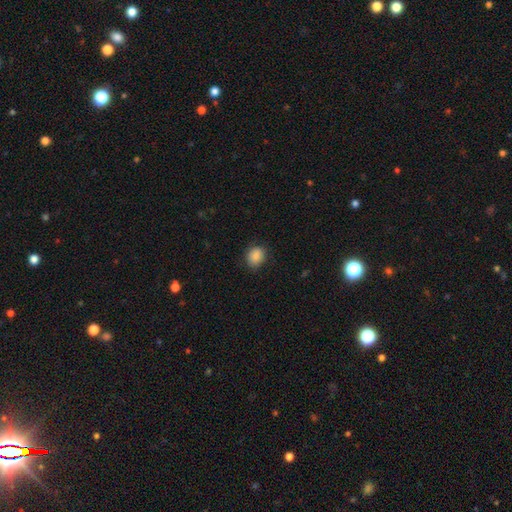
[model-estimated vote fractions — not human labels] smooth 87%, star or artifact 8%, featured or disk 5%. Down the decision tree: how rounded — round (58%); merging — none (80%).